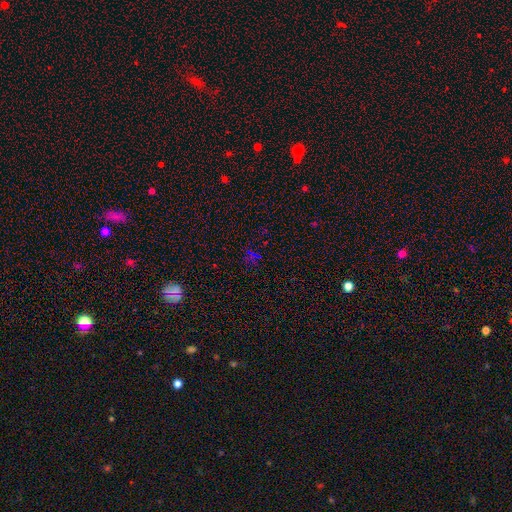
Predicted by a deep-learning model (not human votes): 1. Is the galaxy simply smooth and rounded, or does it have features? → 69% star or artifact, 22% smooth, 10% featured or disk.